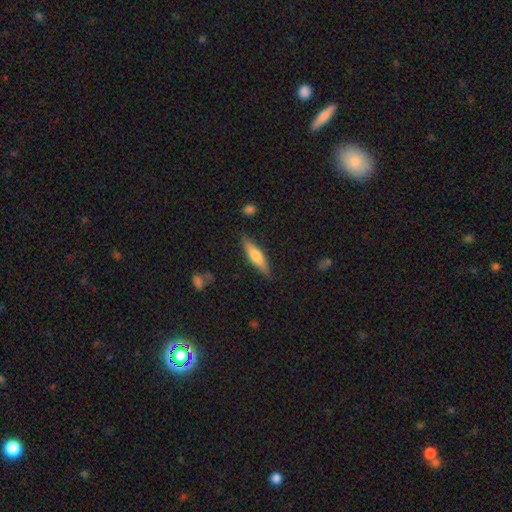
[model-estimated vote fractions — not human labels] A smooth galaxy with no disk features (56%) that is cigar-shaped (74%).

Vote fractions:
- Smooth or featured? smooth: 56% / featured or disk: 38% / star or artifact: 6%
- How rounded? cigar-shaped: 74% / in between: 24% / round: 2%
- Merging? none: 85% / minor disturbance: 11% / major disturbance: 2% / merger: 1%